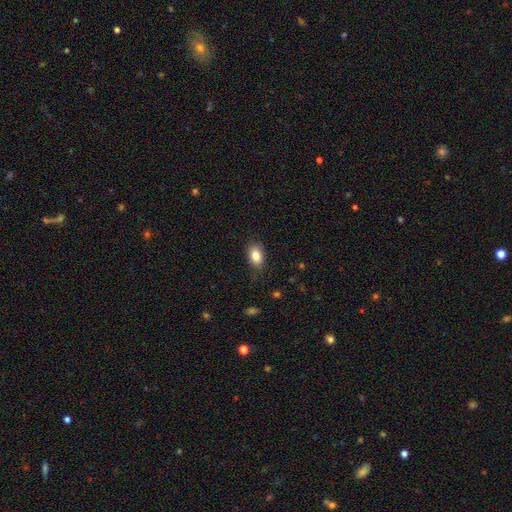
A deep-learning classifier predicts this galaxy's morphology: smooth 84%, star or artifact 8%, featured or disk 7%. Down the decision tree: how rounded — in between (86%); merging — none (79%).